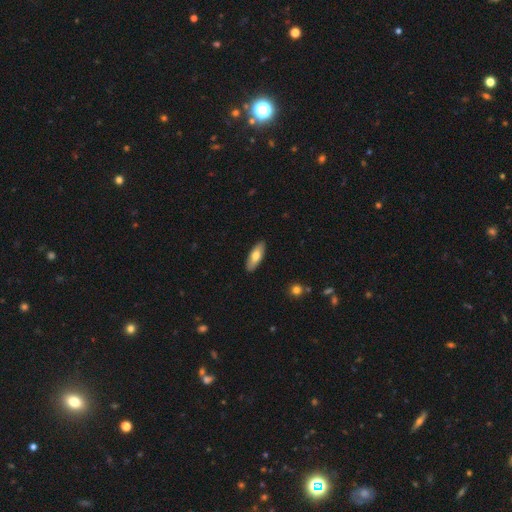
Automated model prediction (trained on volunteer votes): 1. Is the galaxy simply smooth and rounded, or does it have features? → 72% smooth, 23% featured or disk, 5% star or artifact.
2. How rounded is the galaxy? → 74% in between, 24% cigar-shaped, 2% round.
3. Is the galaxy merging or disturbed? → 89% none, 8% minor disturbance, 2% major disturbance, 1% merger.